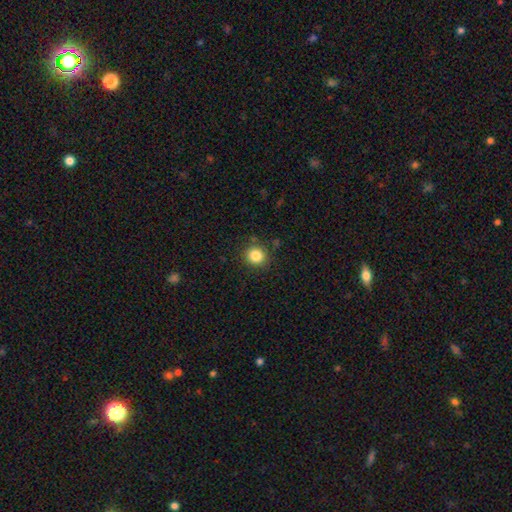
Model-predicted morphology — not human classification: type=smooth (84%); roundness=round (88%); merging=none (87%).